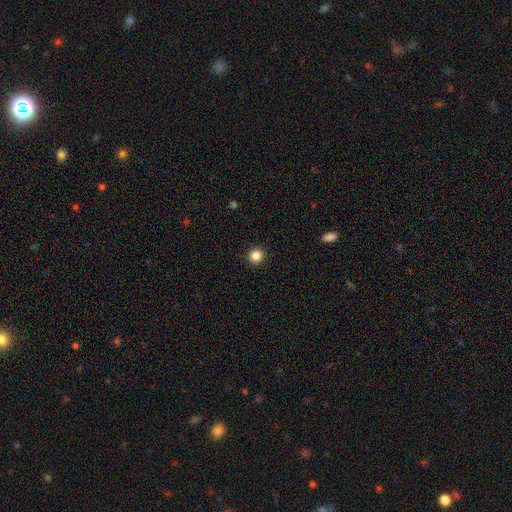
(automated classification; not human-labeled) This is clearly a smooth galaxy (85%). How rounded: clearly round (95%). Merging: clearly none (92%).